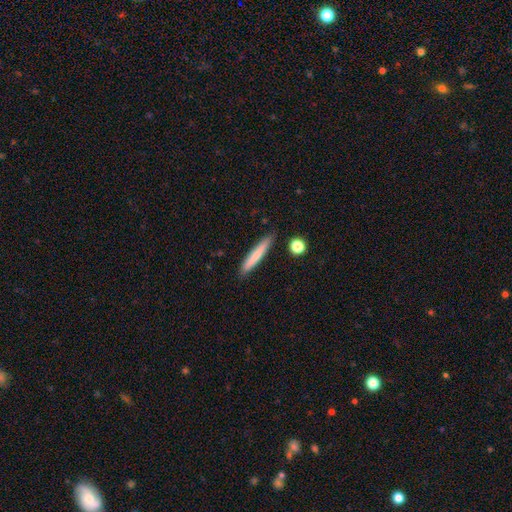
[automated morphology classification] type=smooth (74%); roundness=cigar-shaped (94%); merging=none (87%).